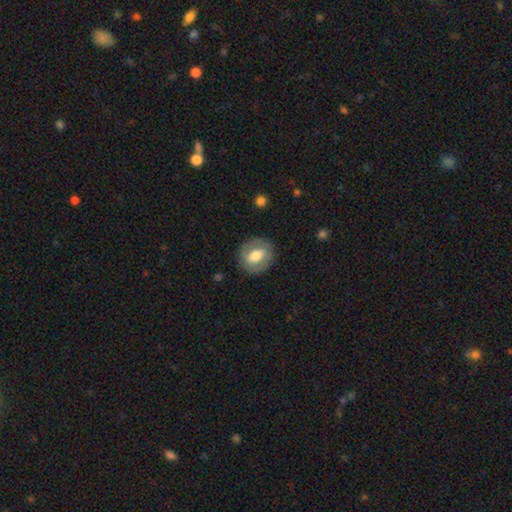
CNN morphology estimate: smooth-or-featured: smooth: 60% | featured or disk: 33% | star or artifact: 7%
  how-rounded: round: 62% | in between: 36% | cigar-shaped: 1%
  merging: none: 84% | minor disturbance: 11% | major disturbance: 4% | merger: 1%